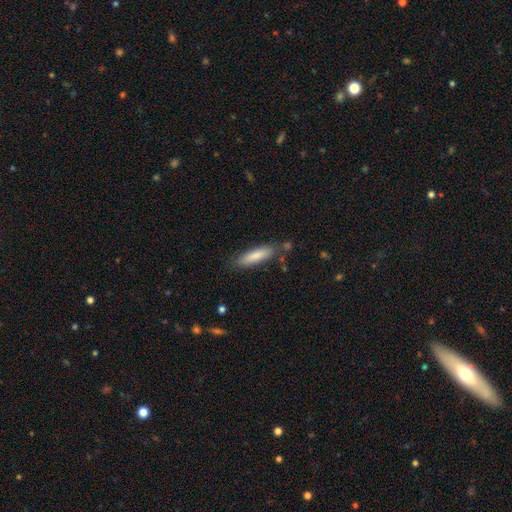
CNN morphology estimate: smooth 82%, featured or disk 12%, star or artifact 6%. Down the decision tree: how rounded — cigar-shaped (68%); merging — none (78%).